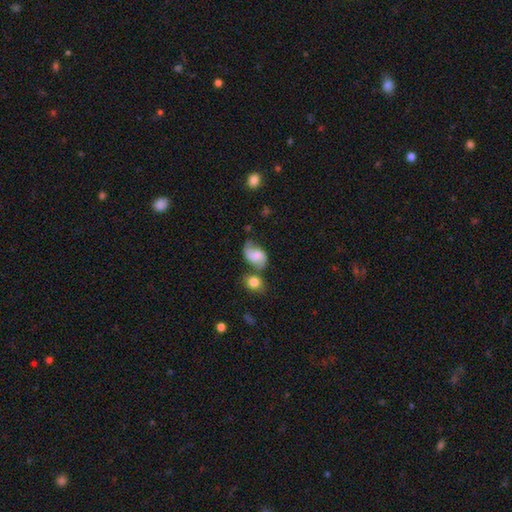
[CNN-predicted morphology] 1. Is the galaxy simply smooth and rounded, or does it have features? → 59% featured or disk, 33% smooth, 9% star or artifact.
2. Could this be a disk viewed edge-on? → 97% no, 3% yes.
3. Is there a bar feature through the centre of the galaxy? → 47% no, 43% weak, 10% strong.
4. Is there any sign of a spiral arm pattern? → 90% yes, 10% no.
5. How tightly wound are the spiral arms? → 55% loose, 35% medium, 10% tight.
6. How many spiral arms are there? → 88% 2, 5% can't tell, 5% 1, 1% 3, 1% 4, 1% more than 4.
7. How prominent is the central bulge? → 31% moderate, 29% small, 27% none, 10% large, 2% dominant.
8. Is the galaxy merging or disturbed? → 48% none, 22% minor disturbance, 20% merger, 10% major disturbance.